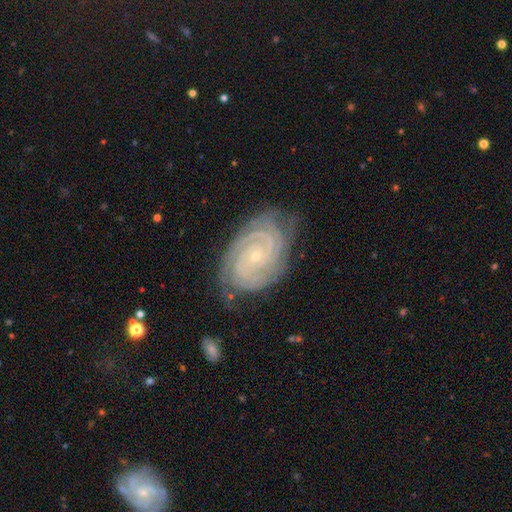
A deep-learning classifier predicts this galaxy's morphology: smooth-or-featured: featured or disk: 89% | star or artifact: 6% | smooth: 5%
  disk-edge-on: no: 97% | yes: 3%
    bar: no: 74% | weak: 19% | strong: 7%
    has-spiral-arms: yes: 98% | no: 2%
      spiral-winding: tight: 84% | medium: 14% | loose: 2%
      spiral-arm-count: 2: 30% | 3: 22% | can't tell: 18% | 4: 17% | more than 4: 8% | 1: 6%
    bulge-size: small: 86% | moderate: 10% | none: 1% | large: 1% | dominant: 1%
  merging: none: 76% | minor disturbance: 18% | major disturbance: 5% | merger: 1%